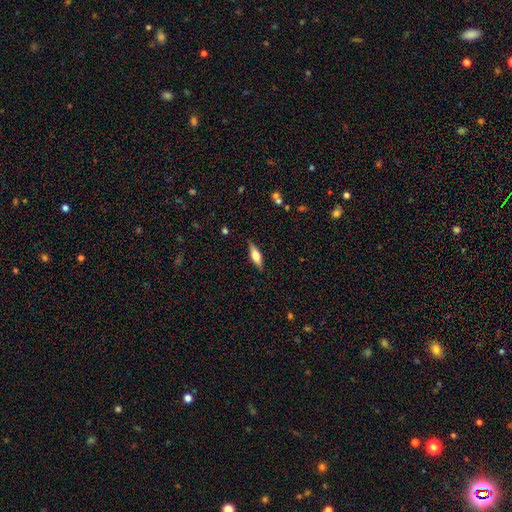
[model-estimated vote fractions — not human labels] Overall: smooth (53%; featured or disk 41%). How rounded: in between (49%; cigar-shaped 48%). Merging: none (85%).